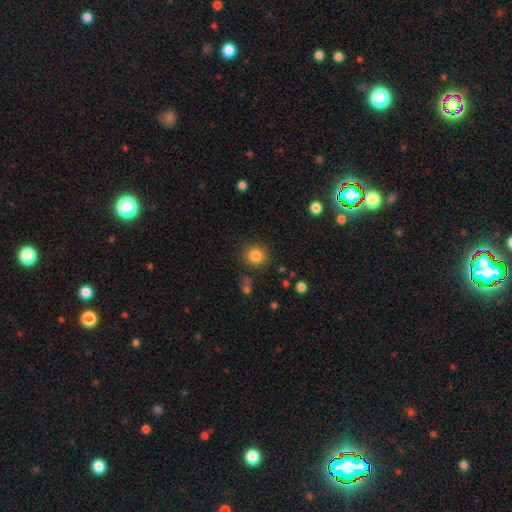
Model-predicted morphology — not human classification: Smooth or featured? smooth (84%)
How rounded? round (90%)
Merging? none (85%)